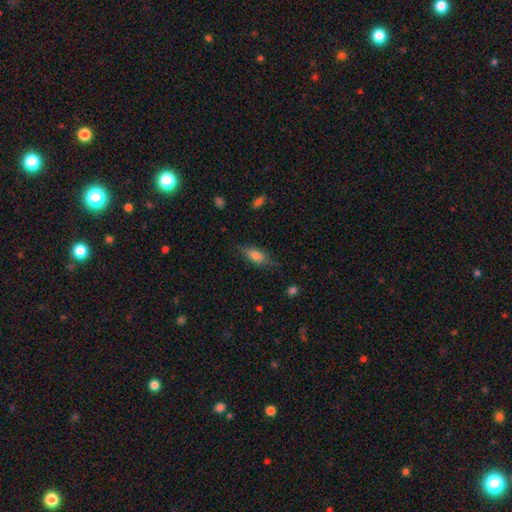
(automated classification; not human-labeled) Smooth or featured: smooth — 73% (featured or disk — 19%)
How rounded: in between — 73% (cigar-shaped — 24%)
Merging: none — 71% (minor disturbance — 22%)